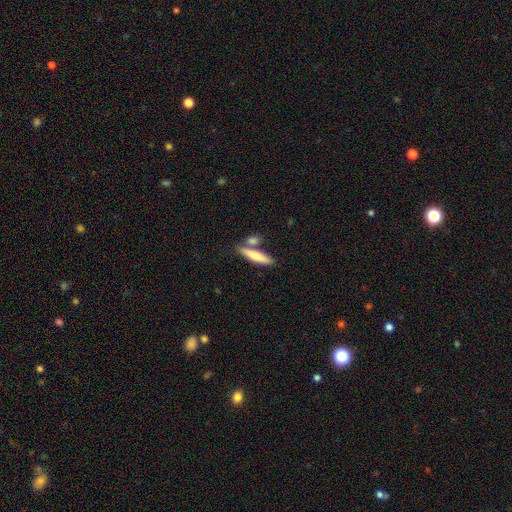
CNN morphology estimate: Smooth or featured? Predicted: smooth (p=0.73). How rounded? Predicted: cigar-shaped (p=0.78). Merging? Predicted: none (p=0.62).